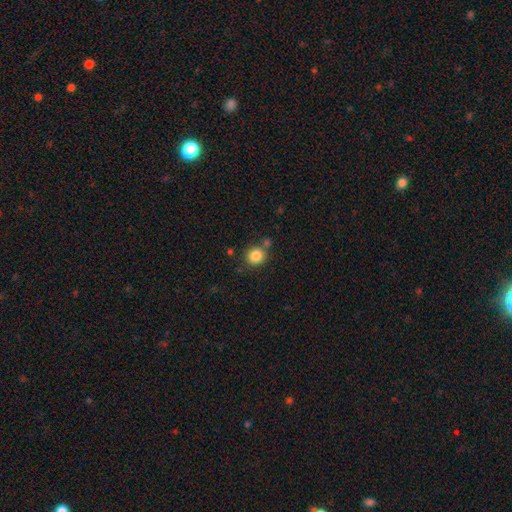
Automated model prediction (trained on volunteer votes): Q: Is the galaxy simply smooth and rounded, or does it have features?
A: smooth — 85%.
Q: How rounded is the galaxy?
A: round — 88%.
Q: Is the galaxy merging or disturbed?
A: none — 73%.